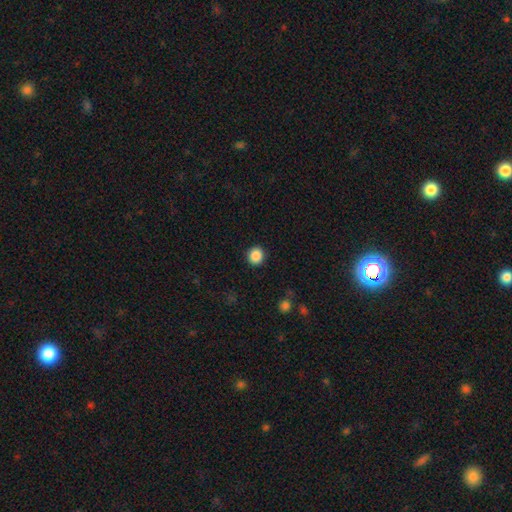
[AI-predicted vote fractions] smooth-or-featured: smooth: 88% | star or artifact: 9% | featured or disk: 3%
  how-rounded: round: 89% | in between: 10% | cigar-shaped: 1%
  merging: none: 91% | minor disturbance: 6% | major disturbance: 2% | merger: 1%